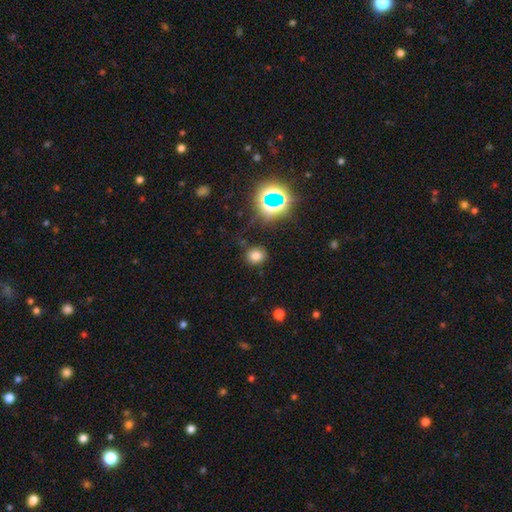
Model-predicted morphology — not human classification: Q: Smooth or featured?
A: smooth (72%); runner-up: star or artifact (21%)
Q: How rounded?
A: round (74%); runner-up: in between (25%)
Q: Merging?
A: none (83%); runner-up: minor disturbance (10%)